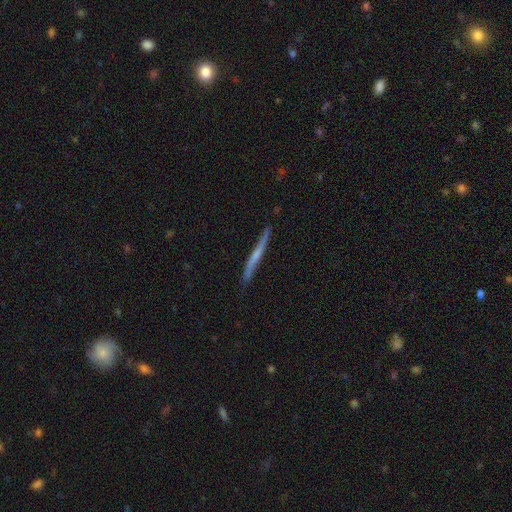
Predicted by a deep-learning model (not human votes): Q: Smooth or featured?
A: featured or disk (58%); runner-up: smooth (36%)
Q: Edge-on disk?
A: yes (93%); runner-up: no (7%)
Q: Edge-on bulge?
A: none (65%); runner-up: rounded (27%)
Q: Merging?
A: none (83%); runner-up: minor disturbance (13%)